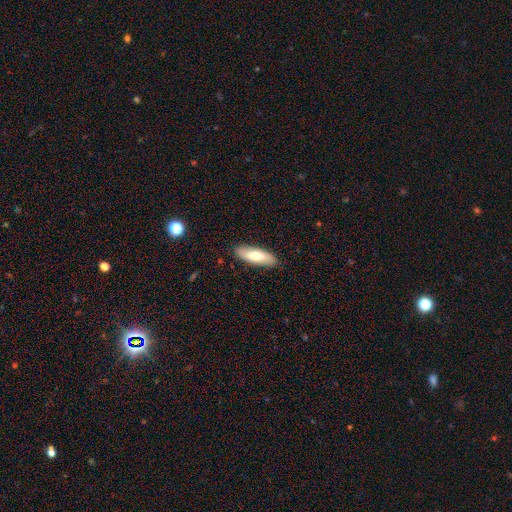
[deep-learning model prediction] Morphology: type=smooth (70%); roundness=in between (62%); merging=none (87%).